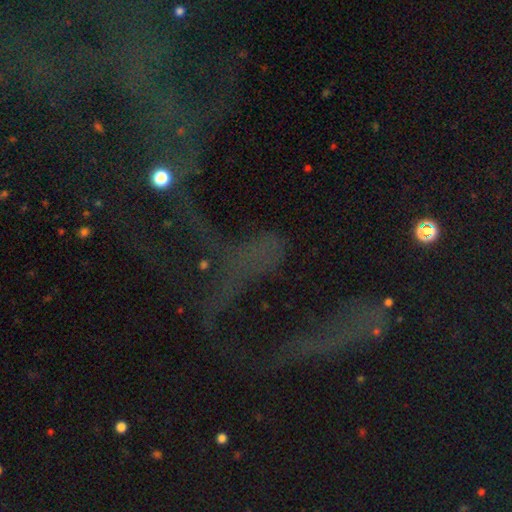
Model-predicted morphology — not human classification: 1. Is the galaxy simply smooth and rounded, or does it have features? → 68% star or artifact, 16% smooth, 16% featured or disk.